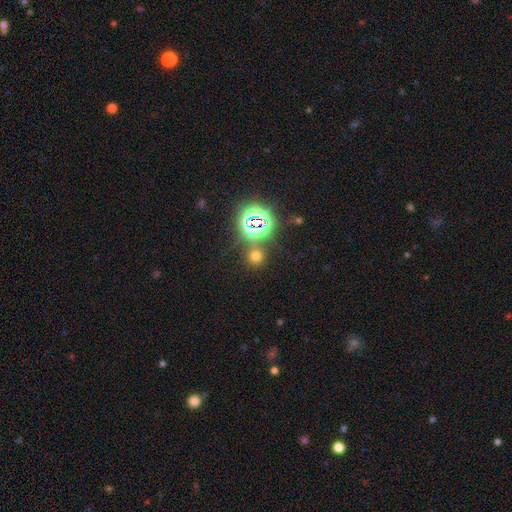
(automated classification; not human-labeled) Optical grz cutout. It shows a smooth galaxy with no disk features (54%) that is round (88%). Merging: none (76%).